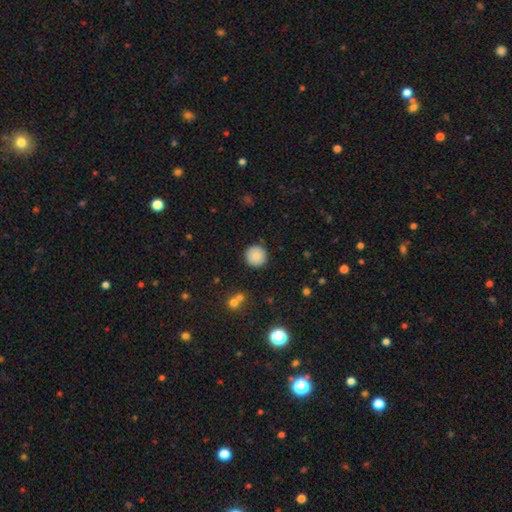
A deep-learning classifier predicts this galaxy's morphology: Q: Smooth or featured?
A: smooth (86%); runner-up: star or artifact (9%)
Q: How rounded?
A: round (95%); runner-up: in between (4%)
Q: Merging?
A: none (90%); runner-up: minor disturbance (6%)